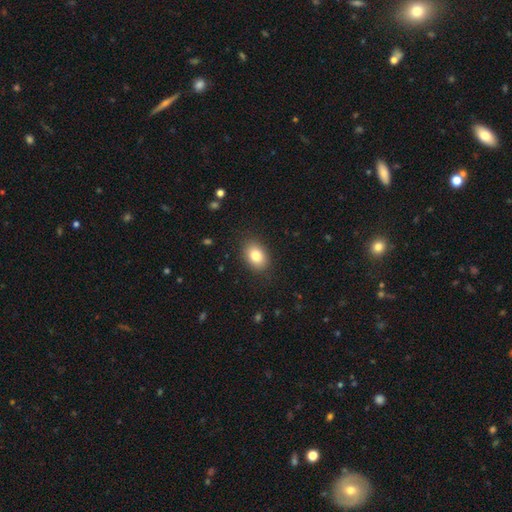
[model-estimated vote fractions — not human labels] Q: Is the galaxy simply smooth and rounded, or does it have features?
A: smooth — 82%.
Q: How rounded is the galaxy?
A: in between — 78%.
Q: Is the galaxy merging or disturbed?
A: none — 87%.